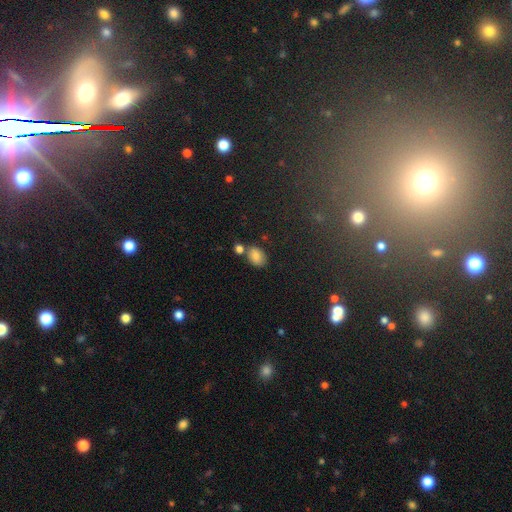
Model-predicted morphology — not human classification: The model was most divided on "how rounded": in between: 75%, round: 23%, cigar-shaped: 1%. More confident: smooth or featured — smooth (81%); merging — none (68%).